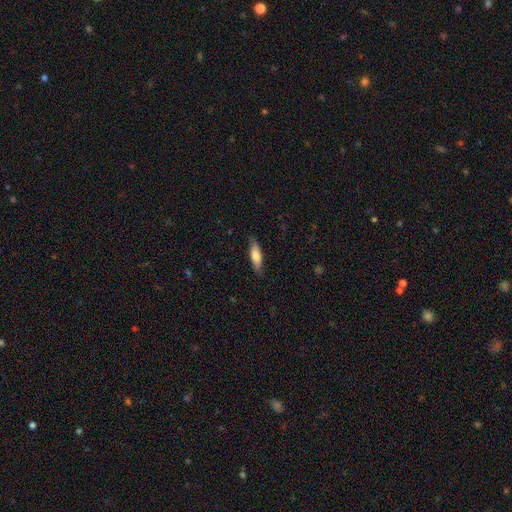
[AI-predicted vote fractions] smooth_or_featured: smooth (p=0.69) [alt: featured or disk p=0.25]
how_rounded: cigar-shaped (p=0.56) [alt: in between p=0.43]
merging: none (p=0.83) [alt: minor disturbance p=0.14]